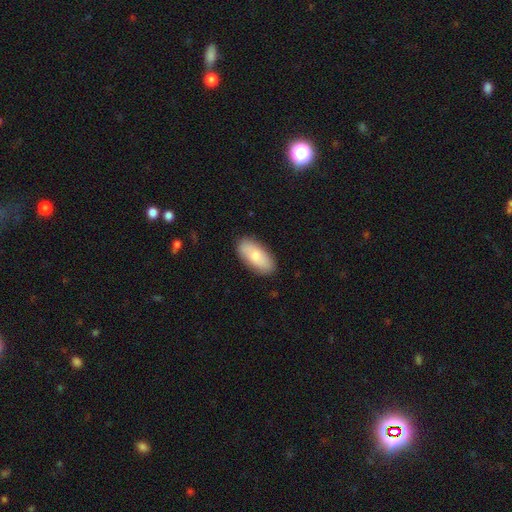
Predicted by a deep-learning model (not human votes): Q: Smooth or featured?
A: smooth (76%); runner-up: featured or disk (18%)
Q: How rounded?
A: in between (91%); runner-up: cigar-shaped (7%)
Q: Merging?
A: none (86%); runner-up: minor disturbance (10%)